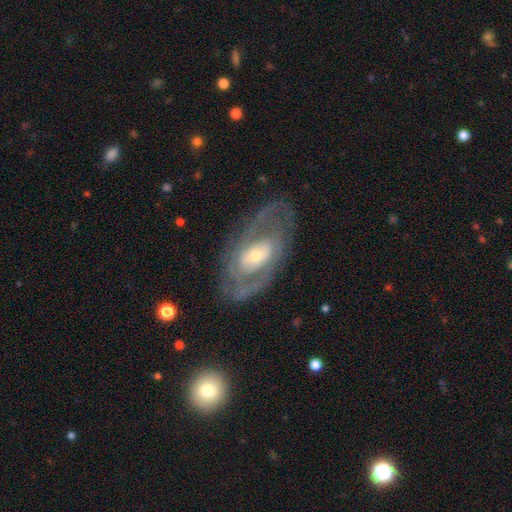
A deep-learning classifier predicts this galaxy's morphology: Q: Smooth or featured?
A: featured or disk (79%); runner-up: smooth (16%)
Q: Edge-on disk?
A: no (93%); runner-up: yes (7%)
Q: Bar?
A: no (63%); runner-up: weak (27%)
Q: Spiral arms?
A: yes (74%); runner-up: no (26%)
Q: Spiral winding?
A: tight (51%); runner-up: medium (36%)
Q: Spiral arm count?
A: 2 (51%); runner-up: can't tell (32%)
Q: Bulge size?
A: moderate (48%); runner-up: small (44%)
Q: Merging?
A: none (71%); runner-up: minor disturbance (16%)